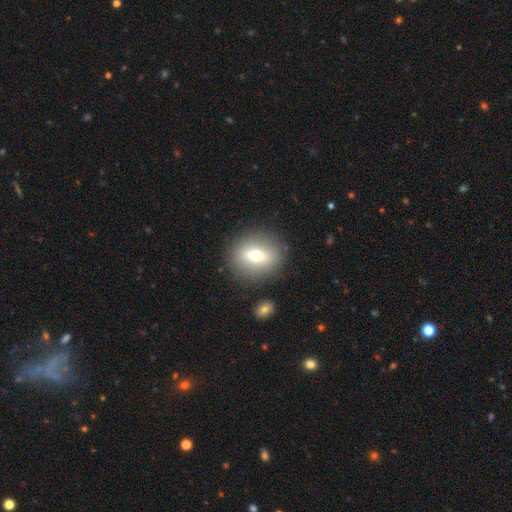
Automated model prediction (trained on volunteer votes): Smooth or featured: smooth — 62% (featured or disk — 29%)
How rounded: round — 61% (in between — 35%)
Merging: none — 86% (minor disturbance — 8%)